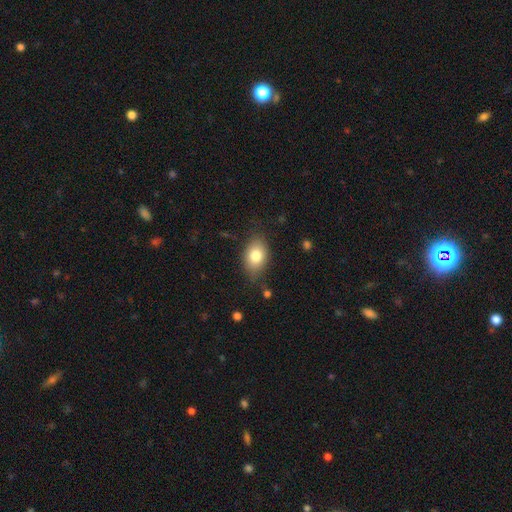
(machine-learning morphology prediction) type=smooth (80%); roundness=in between (79%); merging=none (76%).